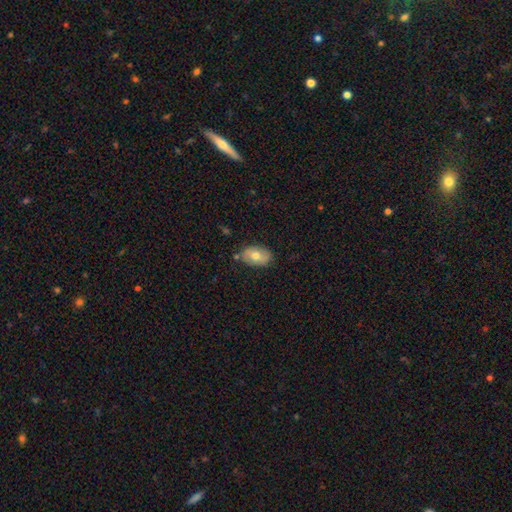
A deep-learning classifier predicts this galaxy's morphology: smooth_or_featured: smooth (p=0.66) [alt: featured or disk p=0.27]
how_rounded: in between (p=0.89) [alt: round p=0.10]
merging: none (p=0.79) [alt: minor disturbance p=0.16]